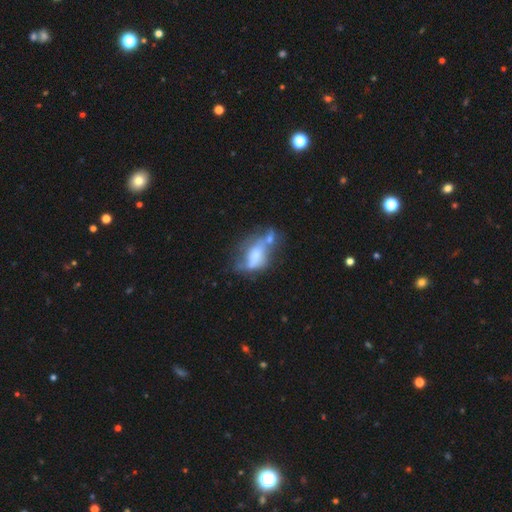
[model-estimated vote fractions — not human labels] Smooth or featured? smooth (46%)
Merging? merger (39%)